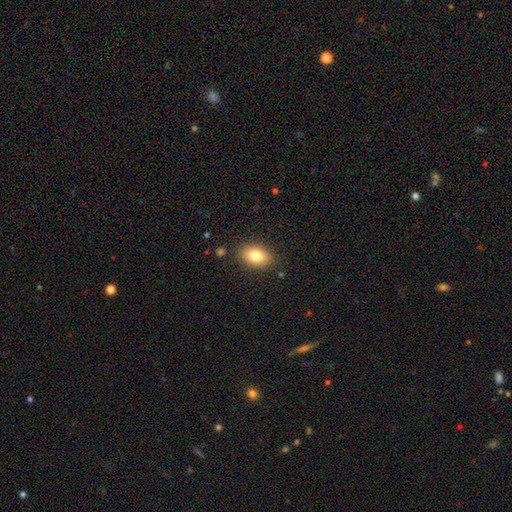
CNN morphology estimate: Q: Smooth or featured?
A: smooth (79%); runner-up: featured or disk (12%)
Q: How rounded?
A: in between (84%); runner-up: round (14%)
Q: Merging?
A: none (85%); runner-up: minor disturbance (11%)